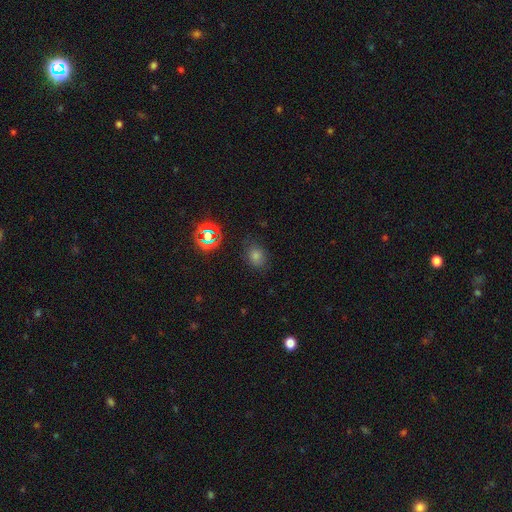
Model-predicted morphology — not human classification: This is likely a smooth galaxy (65%). How rounded: possibly in between (58%). Merging: likely none (80%).